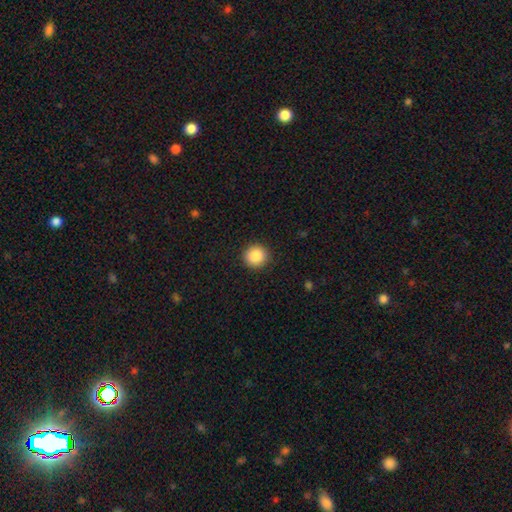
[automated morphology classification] Q: Smooth or featured?
A: smooth (87%); runner-up: star or artifact (9%)
Q: How rounded?
A: round (94%); runner-up: in between (5%)
Q: Merging?
A: none (91%); runner-up: minor disturbance (6%)